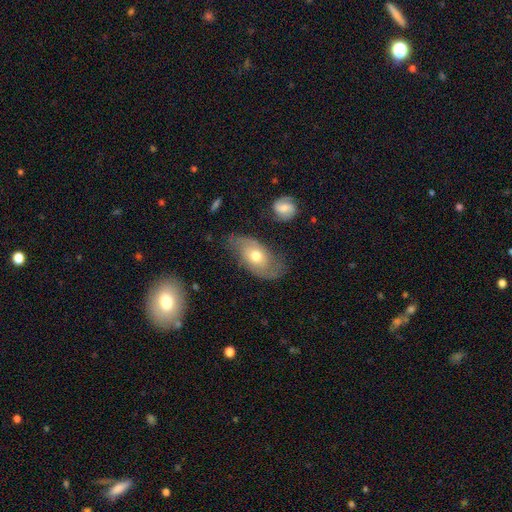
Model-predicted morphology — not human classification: Smooth or featured: featured or disk — 53% (smooth — 40%)
Edge-on disk: no — 89% (yes — 11%)
Merging: none — 62% (minor disturbance — 25%)